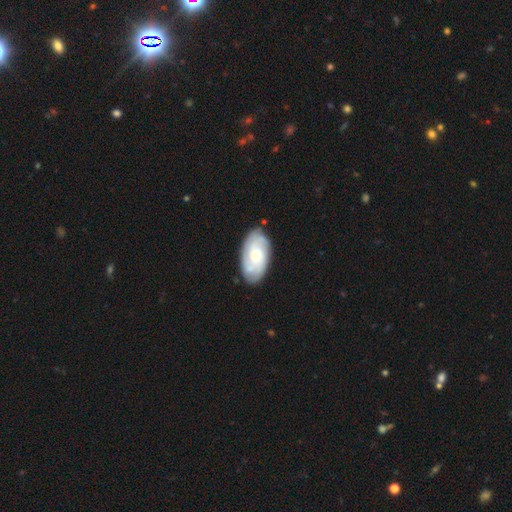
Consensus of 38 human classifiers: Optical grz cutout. It shows a featured or disk galaxy (63%) with no bar (83%), 3 (40%) medium (50%) spiral arms (87%) and a small central bulge (48%). Merging: none (66%).